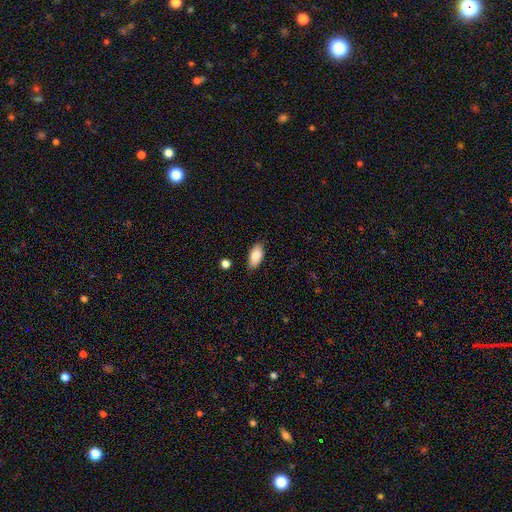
Smooth or featured?
  - smooth: 95% *
  - featured or disk: 5%
  - star or artifact: 0%
How rounded?
  - in between: 94% *
  - cigar-shaped: 6%
  - round: 0%
Merging?
  - none: 76% *
  - minor disturbance: 19%
  - major disturbance: 3%
  - merger: 3%